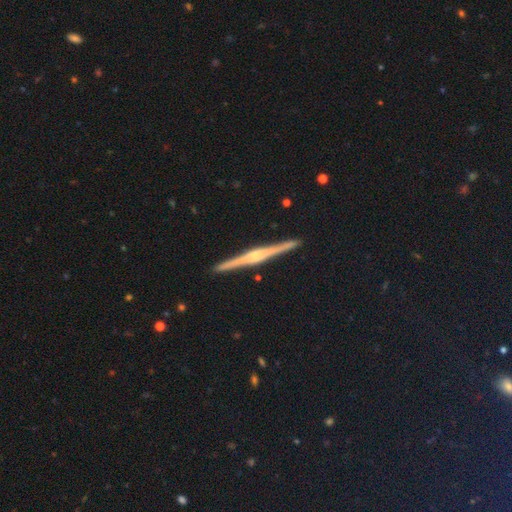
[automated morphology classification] This is clearly a featured or disk galaxy (85%). It is clearly viewed edge-on (99%). Edge-on bulge: likely rounded (64%). Merging: clearly none (93%).